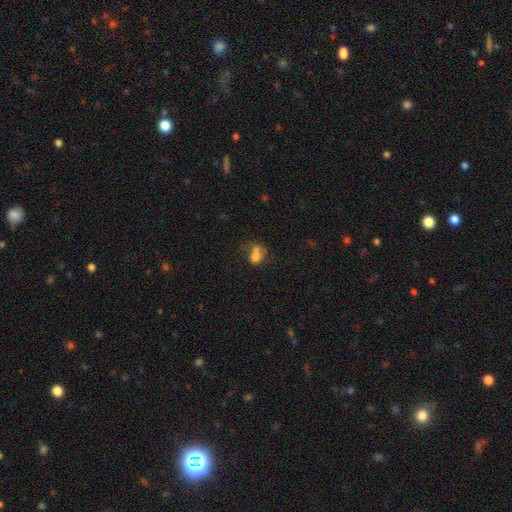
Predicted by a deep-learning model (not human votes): Smooth or featured? Predicted: smooth (p=0.68). How rounded? Predicted: in between (p=0.68). Merging? Predicted: merger (p=0.44).